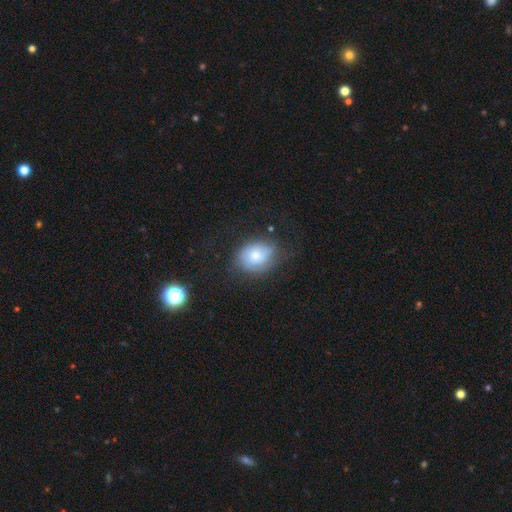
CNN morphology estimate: Q: Smooth or featured?
A: smooth (59%); runner-up: featured or disk (32%)
Q: How rounded?
A: in between (60%); runner-up: round (39%)
Q: Merging?
A: none (61%); runner-up: minor disturbance (26%)